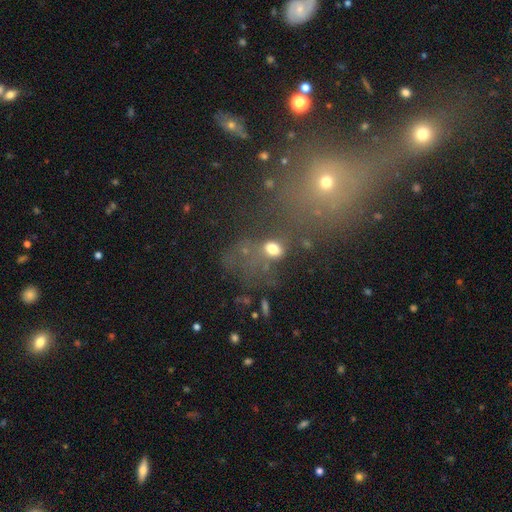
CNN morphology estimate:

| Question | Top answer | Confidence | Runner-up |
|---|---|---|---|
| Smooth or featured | star or artifact | 48% | smooth (36%) |